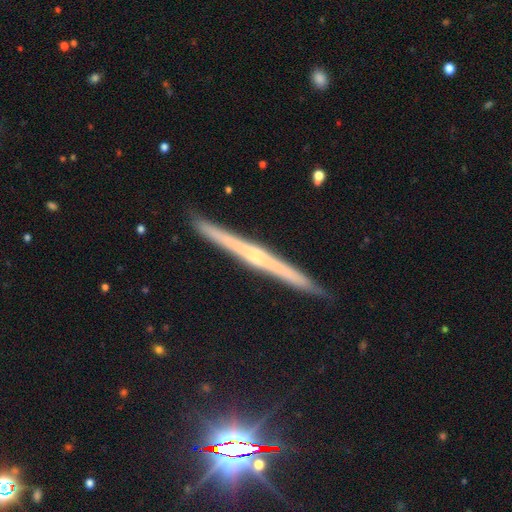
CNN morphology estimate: Q: Smooth or featured?
A: featured or disk (73%); runner-up: smooth (18%)
Q: Edge-on disk?
A: yes (98%); runner-up: no (2%)
Q: Edge-on bulge?
A: rounded (49%); runner-up: none (43%)
Q: Merging?
A: none (91%); runner-up: minor disturbance (6%)